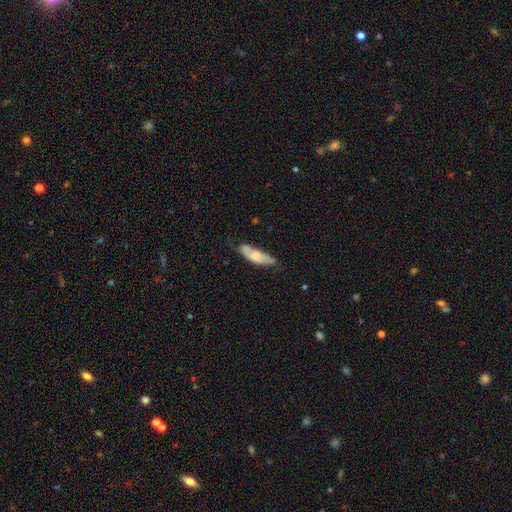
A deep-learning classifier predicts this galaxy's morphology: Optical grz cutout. It shows a smooth galaxy with no disk features (56%) that is in between round and cigar-shaped (56%). Merging: none (57%).